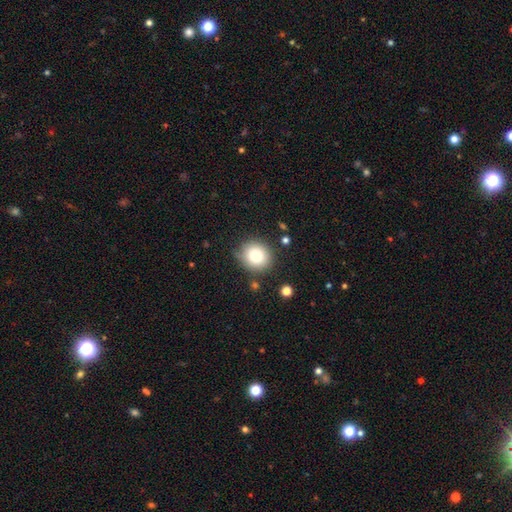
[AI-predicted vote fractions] smooth-or-featured: smooth: 81% | star or artifact: 10% | featured or disk: 9%
  how-rounded: round: 83% | in between: 17% | cigar-shaped: 1%
  merging: none: 79% | minor disturbance: 14% | major disturbance: 4% | merger: 3%